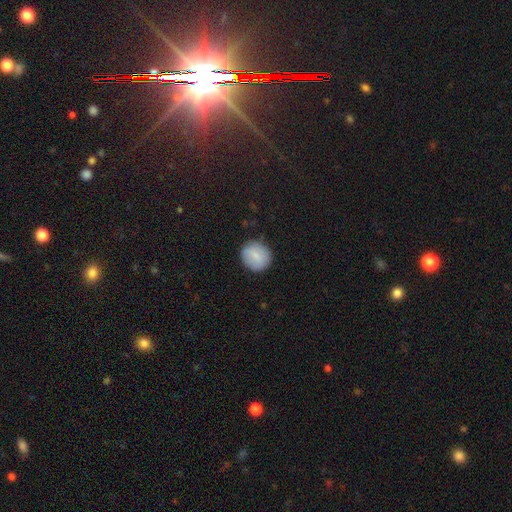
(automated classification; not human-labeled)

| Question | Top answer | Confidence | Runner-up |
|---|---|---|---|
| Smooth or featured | smooth | 82% | featured or disk (11%) |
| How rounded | round | 84% | in between (15%) |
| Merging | none | 84% | minor disturbance (12%) |